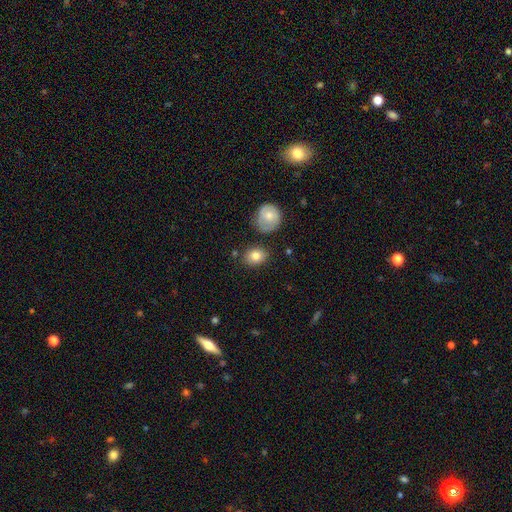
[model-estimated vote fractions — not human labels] This appears to be a smooth galaxy with no disk features (81%) that is in between round and cigar-shaped (56%). Merging: none (77%).